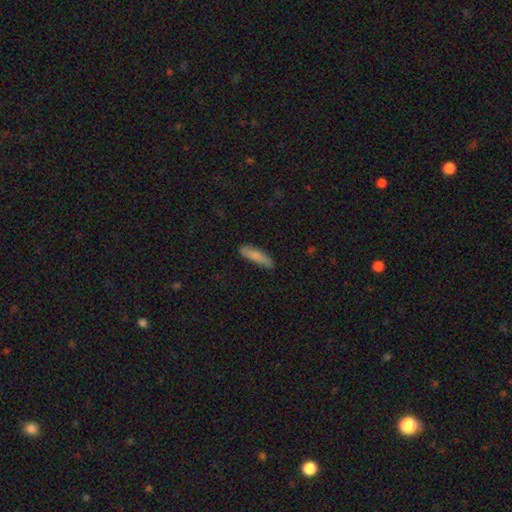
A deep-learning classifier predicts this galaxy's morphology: Smooth or featured? Predicted: smooth (p=0.80). How rounded? Predicted: cigar-shaped (p=0.70). Merging? Predicted: none (p=0.79).